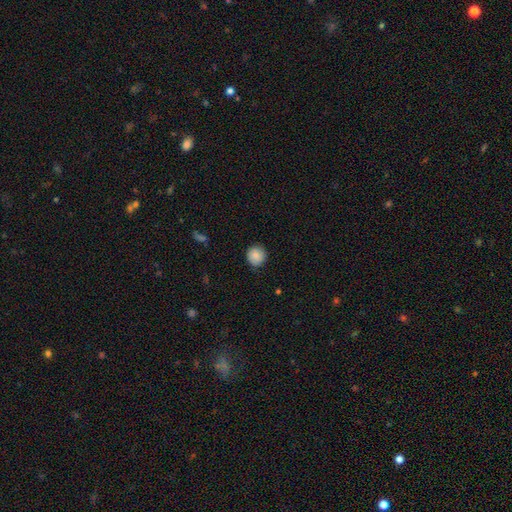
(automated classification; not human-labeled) A smooth galaxy with no disk features (84%) that is round (90%). Merging: none (85%).